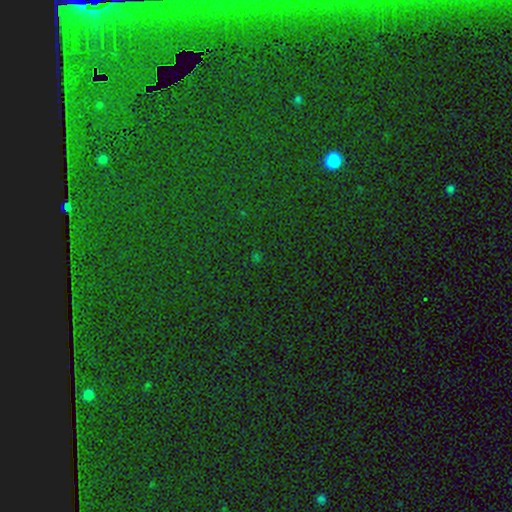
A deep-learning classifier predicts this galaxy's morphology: The model was most divided on "smooth or featured": star or artifact: 79%, smooth: 13%, featured or disk: 9%.